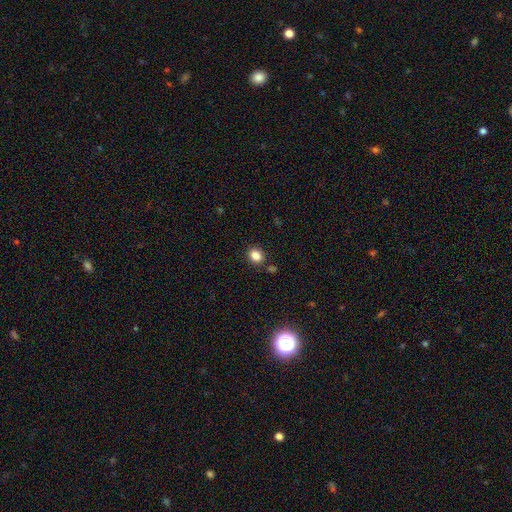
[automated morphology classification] Smooth or featured? smooth (85%)
How rounded? round (54%)
Merging? none (83%)